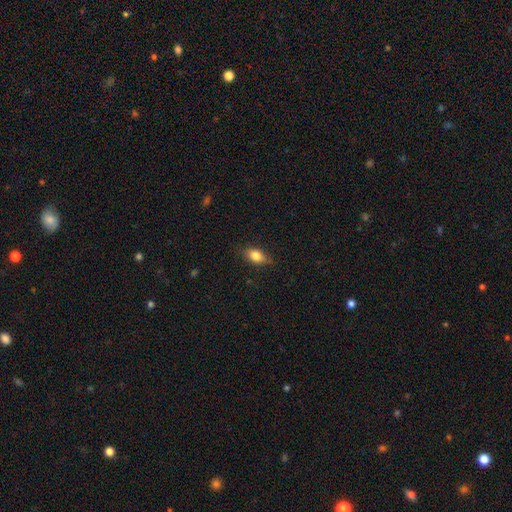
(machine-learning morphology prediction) This is clearly a smooth galaxy (81%). How rounded: clearly in between (83%). Merging: likely none (80%).